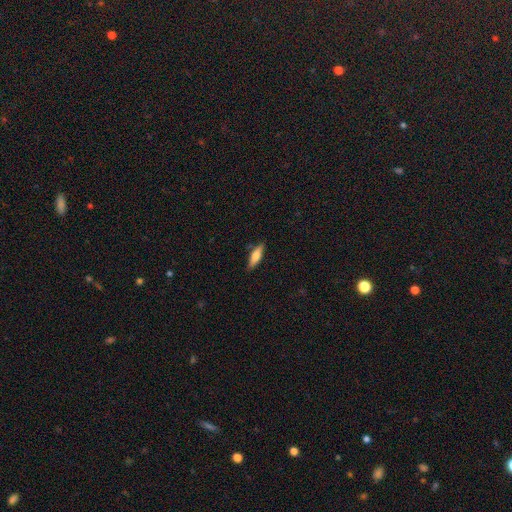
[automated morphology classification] type=smooth (65%); roundness=cigar-shaped (59%); merging=none (84%).